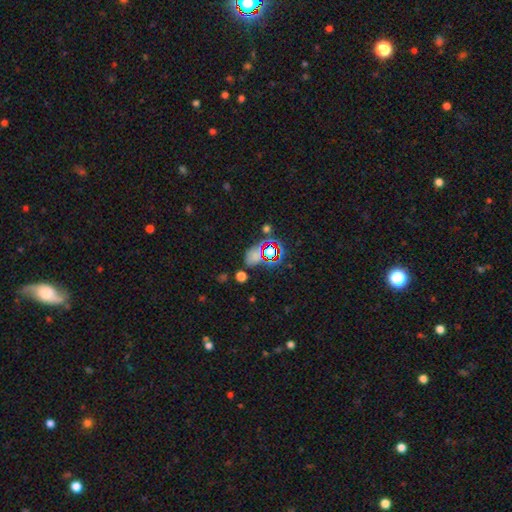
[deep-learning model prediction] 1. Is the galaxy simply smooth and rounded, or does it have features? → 47% smooth, 43% star or artifact, 10% featured or disk.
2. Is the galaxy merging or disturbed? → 65% none, 16% minor disturbance, 11% merger, 9% major disturbance.